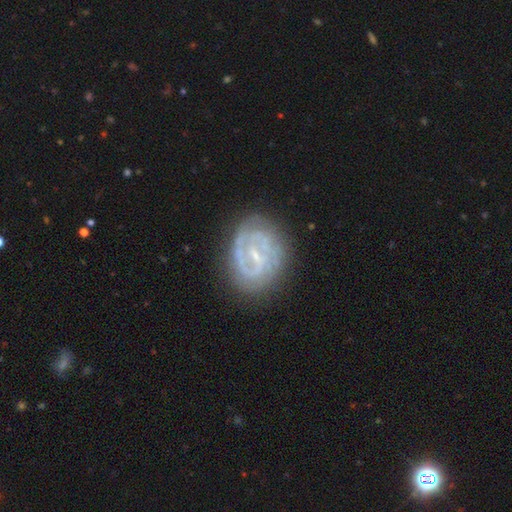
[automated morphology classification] type=featured or disk (82%); edge-on=no (97%); bar=weak (48%); spiral arms=yes (86%); winding=tight (58%); arm count=2 (51%); bulge=small (73%); merging=none (74%).